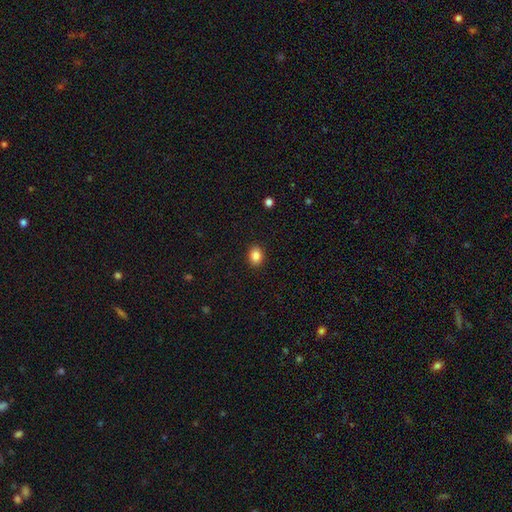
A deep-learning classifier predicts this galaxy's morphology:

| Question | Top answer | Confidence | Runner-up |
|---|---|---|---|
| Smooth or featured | smooth | 85% | star or artifact (10%) |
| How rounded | in between | 55% | round (45%) |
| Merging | none | 90% | minor disturbance (7%) |